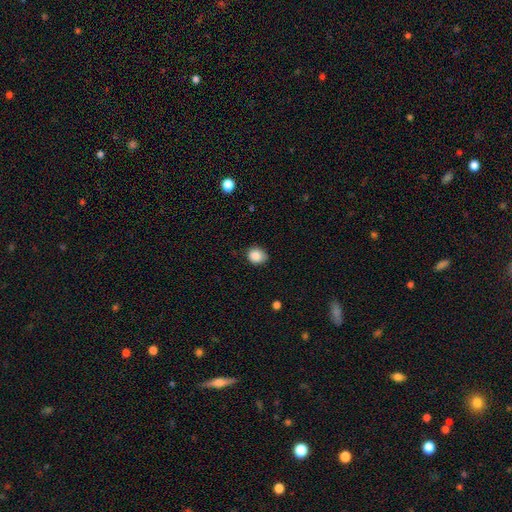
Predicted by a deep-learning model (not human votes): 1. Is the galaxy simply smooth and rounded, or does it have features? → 87% smooth, 9% star or artifact, 4% featured or disk.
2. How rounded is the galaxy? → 67% round, 32% in between, 1% cigar-shaped.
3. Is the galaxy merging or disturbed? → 75% none, 20% minor disturbance, 3% major disturbance, 1% merger.